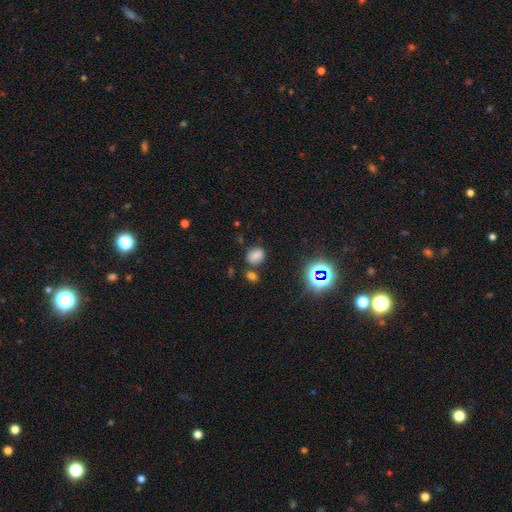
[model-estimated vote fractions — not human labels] Smooth or featured?
  - smooth: 73% *
  - star or artifact: 19%
  - featured or disk: 8%
How rounded?
  - in between: 61% *
  - round: 37%
  - cigar-shaped: 1%
Merging?
  - none: 70% *
  - minor disturbance: 14%
  - merger: 12%
  - major disturbance: 4%